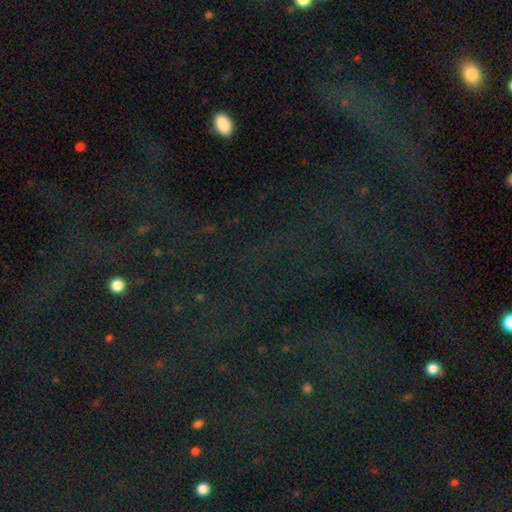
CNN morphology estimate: The model was most divided on "smooth or featured": star or artifact: 76%, smooth: 14%, featured or disk: 10%.